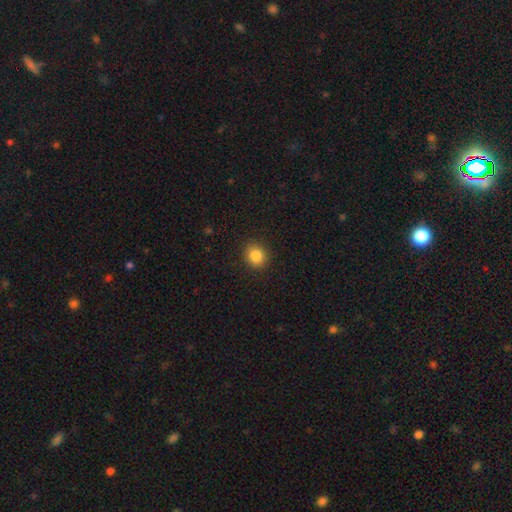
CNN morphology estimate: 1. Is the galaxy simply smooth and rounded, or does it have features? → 85% smooth, 10% star or artifact, 5% featured or disk.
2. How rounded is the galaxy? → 83% round, 16% in between, 1% cigar-shaped.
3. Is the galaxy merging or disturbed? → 91% none, 6% minor disturbance, 2% major disturbance, 1% merger.